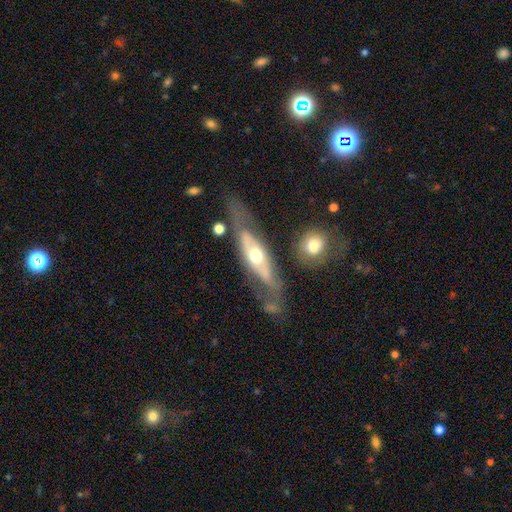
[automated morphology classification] Smooth or featured? Predicted: featured or disk (p=0.67). Edge-on disk? Predicted: no (p=0.54). Merging? Predicted: none (p=0.57).